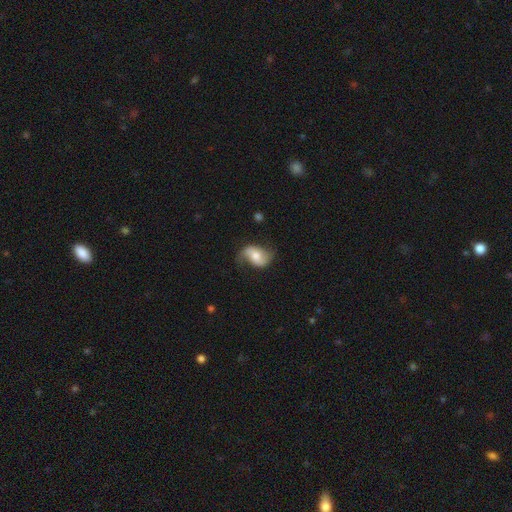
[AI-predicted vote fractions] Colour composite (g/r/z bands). It shows a featured or disk galaxy (60%) with no bar (45%), 2 (89%) loose (64%) spiral arms (88%) and a moderate central bulge (57%). Merging: none (64%).